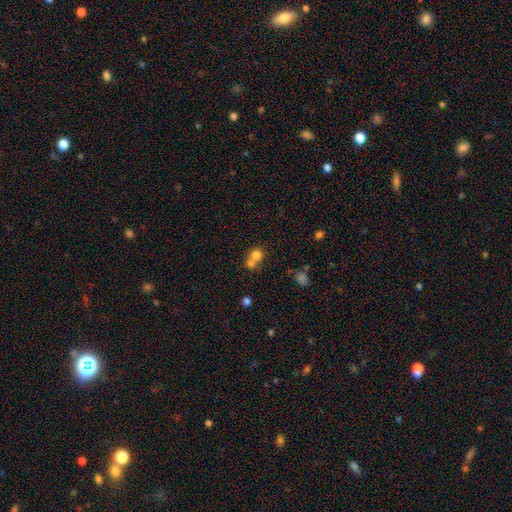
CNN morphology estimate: Overall: smooth (76%). How rounded: round (82%). Merging: merger (56%; none 36%).